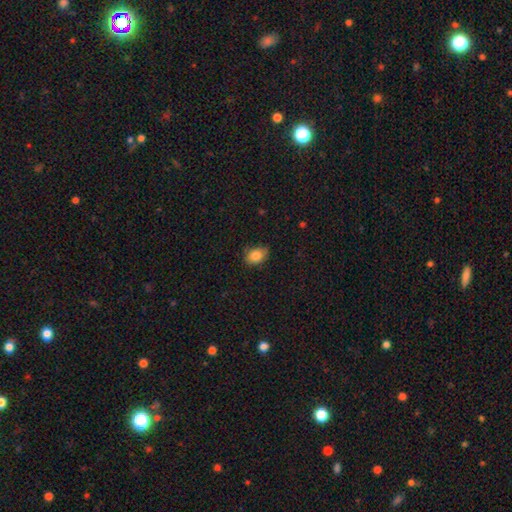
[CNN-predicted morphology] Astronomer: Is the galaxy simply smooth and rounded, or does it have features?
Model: smooth — 83%.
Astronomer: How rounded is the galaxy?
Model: in between — 76%.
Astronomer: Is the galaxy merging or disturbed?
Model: none — 74%.